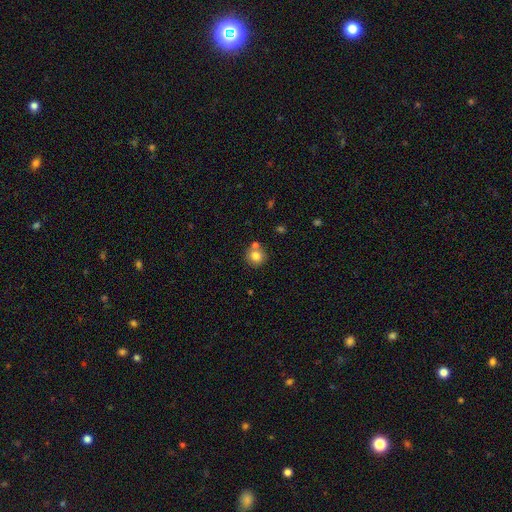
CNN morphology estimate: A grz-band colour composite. It shows a smooth galaxy with no disk features (78%) that is round (90%). Merging: none (65%).